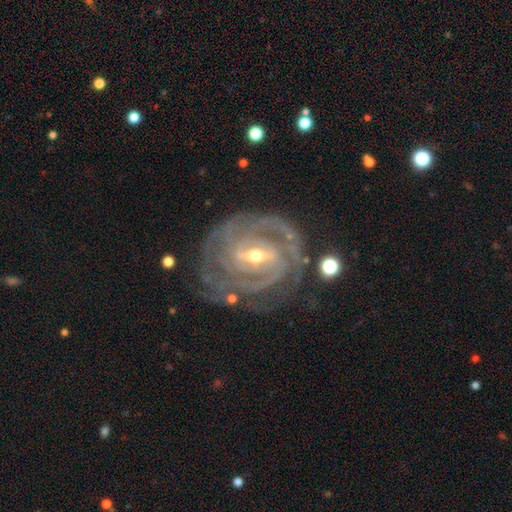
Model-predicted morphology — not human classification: Overall: featured or disk (92%). Edge-on disk: no (97%). Bar: strong (51%; weak 38%). Spiral arms: yes (98%). Spiral arm count: 3 (29%; 2 28%). Spiral winding: tight (72%). Bulge size: moderate (49%; small 48%). Merging: none (72%).